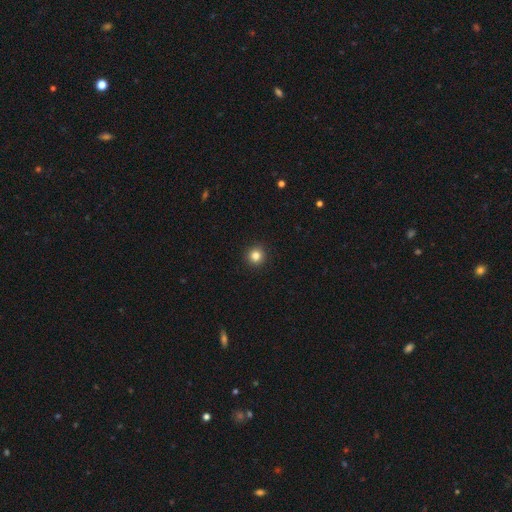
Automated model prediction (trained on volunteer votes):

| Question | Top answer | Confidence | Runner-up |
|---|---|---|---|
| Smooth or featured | smooth | 83% | star or artifact (12%) |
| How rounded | round | 95% | in between (4%) |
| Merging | none | 93% | minor disturbance (4%) |